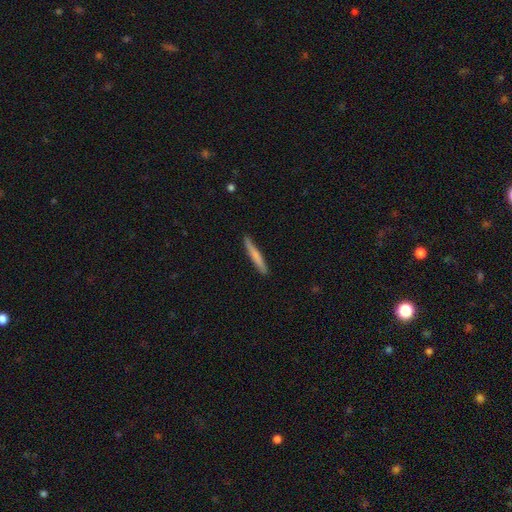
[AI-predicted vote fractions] smooth-or-featured: smooth: 71% | featured or disk: 24% | star or artifact: 5%
  how-rounded: cigar-shaped: 96% | in between: 3% | round: 1%
  merging: none: 88% | minor disturbance: 9% | major disturbance: 2% | merger: 1%